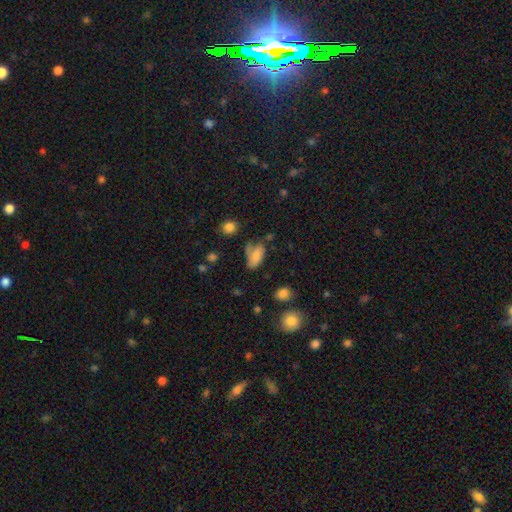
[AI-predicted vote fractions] Q: Smooth or featured?
A: smooth (73%); runner-up: featured or disk (18%)
Q: How rounded?
A: in between (89%); runner-up: cigar-shaped (6%)
Q: Merging?
A: none (42%); runner-up: minor disturbance (32%)